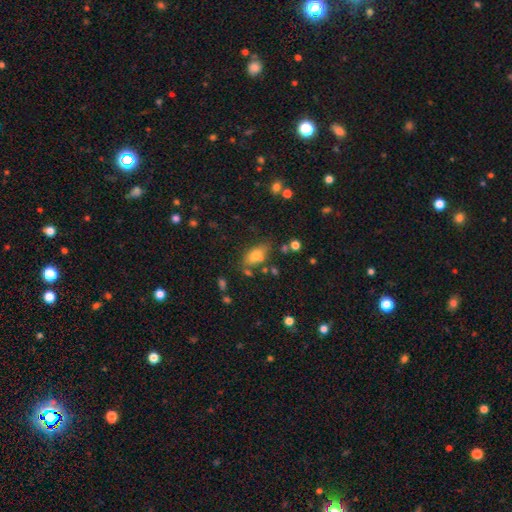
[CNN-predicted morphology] smooth 72%, featured or disk 16%, star or artifact 11%. Down the decision tree: how rounded — in between (84%); merging — none (63%).